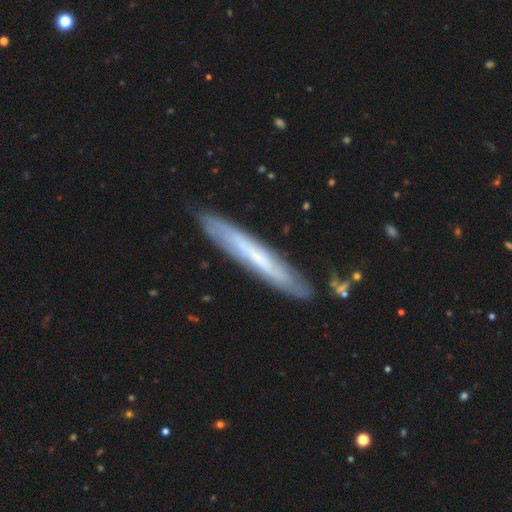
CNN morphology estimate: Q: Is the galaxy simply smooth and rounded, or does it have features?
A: featured or disk — 53%.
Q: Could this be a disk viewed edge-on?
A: yes — 76%.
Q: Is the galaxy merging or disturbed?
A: none — 85%.